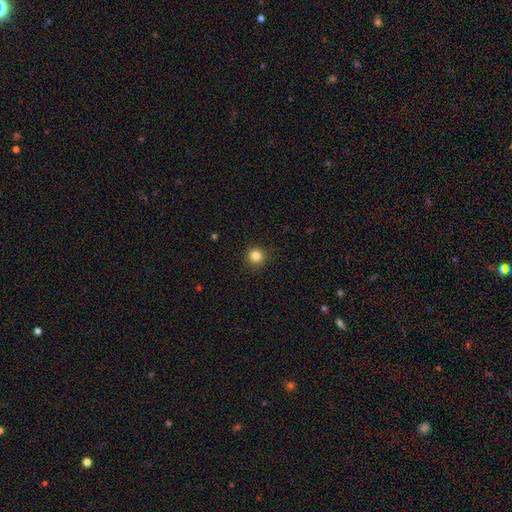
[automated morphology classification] Smooth or featured? smooth (83%)
How rounded? round (95%)
Merging? none (91%)